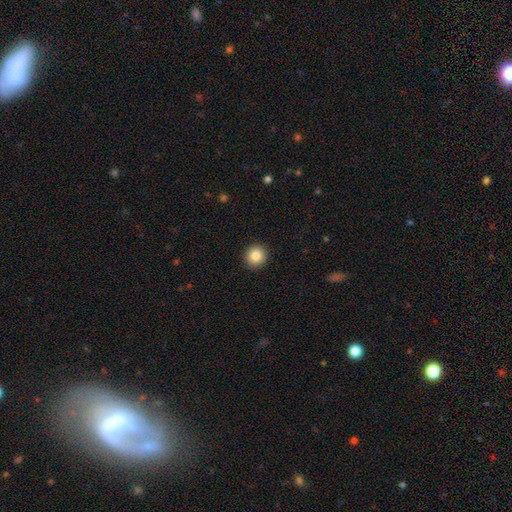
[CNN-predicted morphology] Smooth or featured? Predicted: smooth (p=0.85). How rounded? Predicted: round (p=0.92). Merging? Predicted: none (p=0.92).